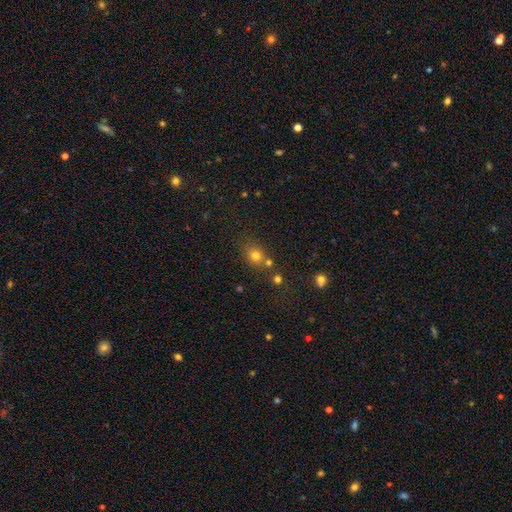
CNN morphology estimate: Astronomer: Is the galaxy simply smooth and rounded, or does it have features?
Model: smooth — 74%.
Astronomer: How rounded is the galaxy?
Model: round — 71%.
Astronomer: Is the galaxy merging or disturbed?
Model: none — 62%.